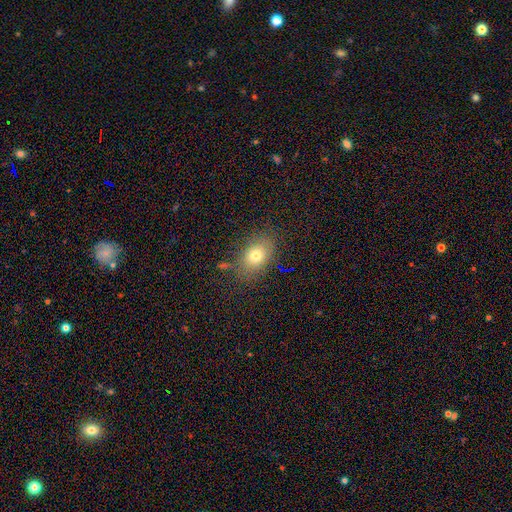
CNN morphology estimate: Overall: smooth (74%). How rounded: in between (75%). Merging: none (78%).